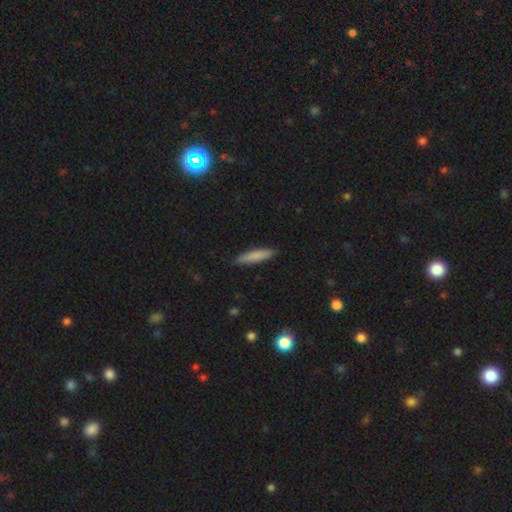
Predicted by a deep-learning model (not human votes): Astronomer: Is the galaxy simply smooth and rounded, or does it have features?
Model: smooth — 81%.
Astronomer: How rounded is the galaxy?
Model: cigar-shaped — 85%.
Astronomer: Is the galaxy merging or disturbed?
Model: none — 90%.